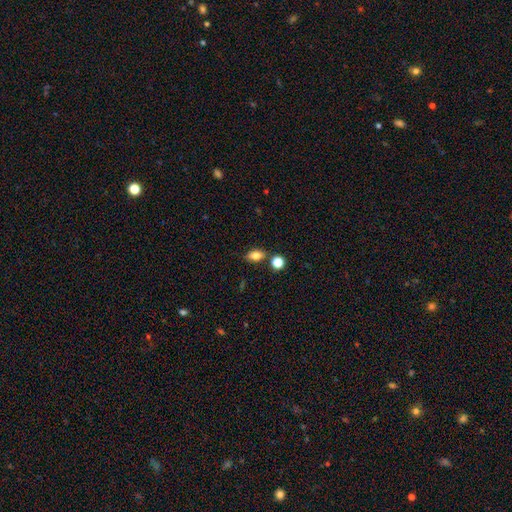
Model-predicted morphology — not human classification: This is likely a smooth galaxy (76%). How rounded: likely in between (80%). Merging: likely none (76%).